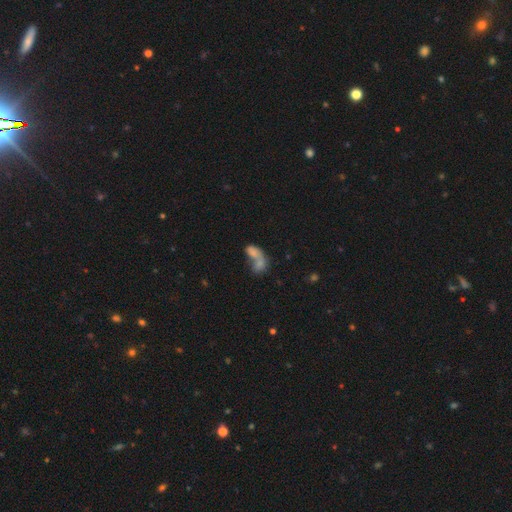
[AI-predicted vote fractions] The model was most divided on "smooth or featured": smooth: 66%, featured or disk: 22%, star or artifact: 12%. More confident: how rounded — in between (78%); merging — merger (67%).